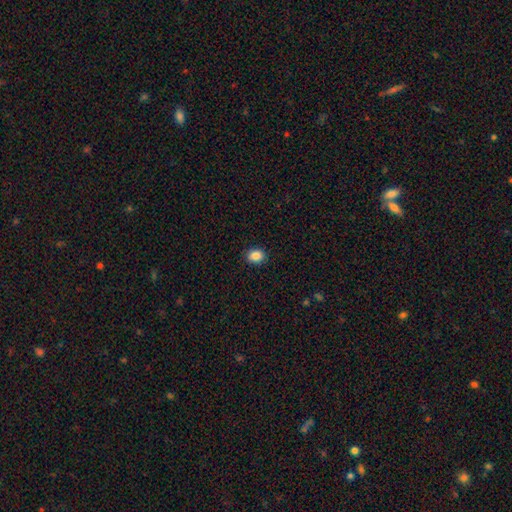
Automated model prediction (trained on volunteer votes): Smooth or featured? smooth (88%)
How rounded? in between (52%)
Merging? none (90%)